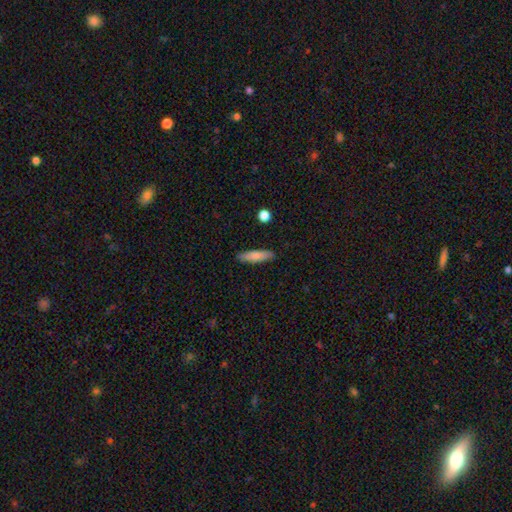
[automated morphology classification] Overall: smooth (80%). How rounded: cigar-shaped (77%). Merging: none (88%).